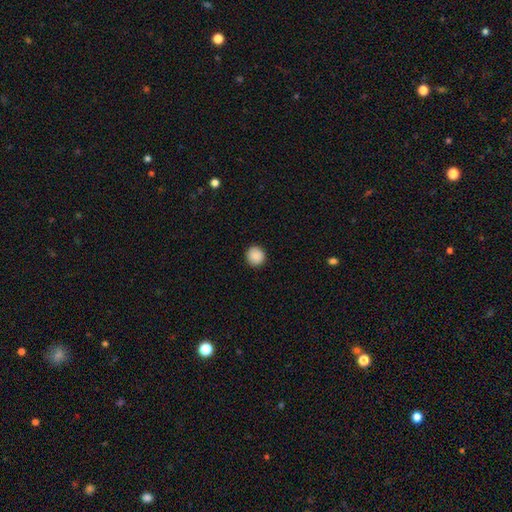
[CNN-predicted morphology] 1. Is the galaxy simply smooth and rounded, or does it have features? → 89% smooth, 8% star or artifact, 2% featured or disk.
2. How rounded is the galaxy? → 93% round, 6% in between, 1% cigar-shaped.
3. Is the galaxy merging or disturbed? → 93% none, 5% minor disturbance, 2% major disturbance, 1% merger.